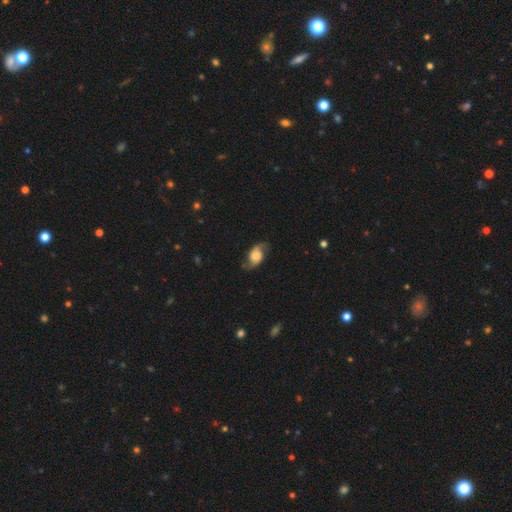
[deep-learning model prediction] This is likely a featured or disk galaxy (64%). It is clearly not viewed edge-on (94%). Bar: likely no (66%). Spiral arm pattern: clearly yes (91%). Spiral arm count: clearly 2 (91%). Spiral winding: possibly loose (60%). Central bulge: marginally large (43%). Merging: likely none (73%).